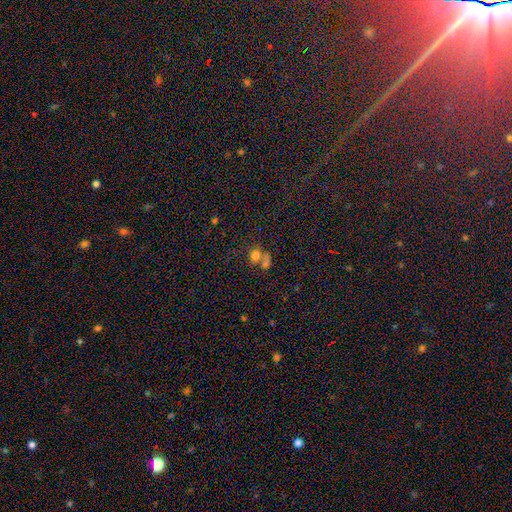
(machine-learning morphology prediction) Smooth or featured: smooth — 66% (star or artifact — 22%)
How rounded: round — 59% (in between — 39%)
Merging: merger — 48% (none — 36%)